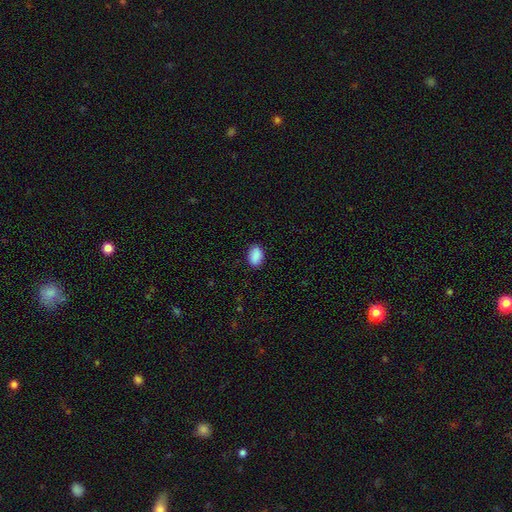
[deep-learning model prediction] smooth_or_featured: smooth (p=0.90) [alt: star or artifact p=0.07]
how_rounded: in between (p=0.87) [alt: round p=0.12]
merging: none (p=0.87) [alt: minor disturbance p=0.09]